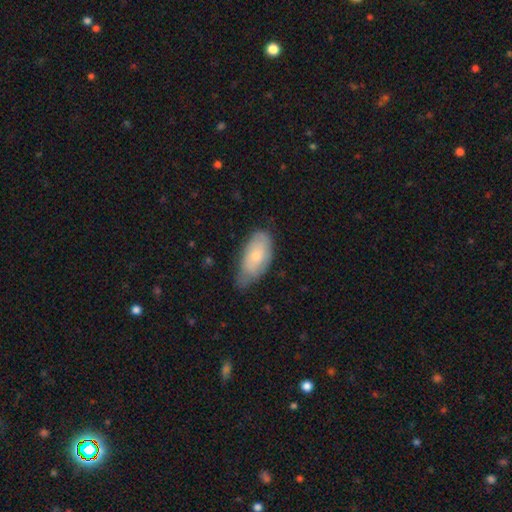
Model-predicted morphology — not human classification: Smooth or featured?
  - smooth: 66% *
  - featured or disk: 28%
  - star or artifact: 6%
How rounded?
  - in between: 91% *
  - cigar-shaped: 6%
  - round: 3%
Merging?
  - none: 54% *
  - minor disturbance: 38%
  - major disturbance: 6%
  - merger: 2%